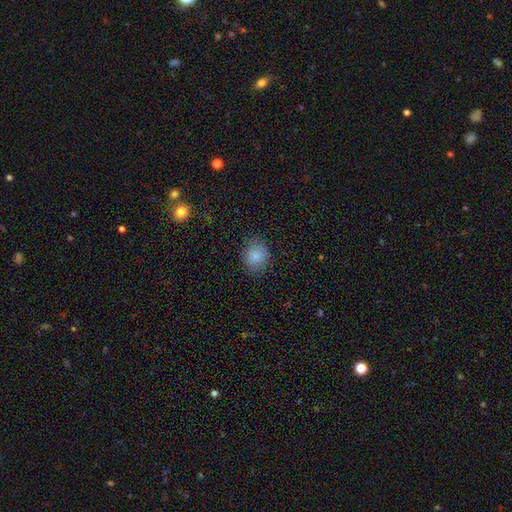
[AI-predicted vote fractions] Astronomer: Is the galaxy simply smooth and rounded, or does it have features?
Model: smooth — 86%.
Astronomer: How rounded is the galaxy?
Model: round — 71%.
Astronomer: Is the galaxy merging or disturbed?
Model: none — 82%.